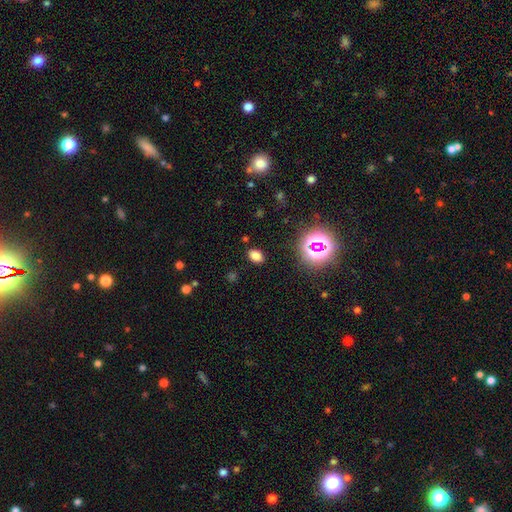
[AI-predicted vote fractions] smooth-or-featured: smooth: 74% | star or artifact: 20% | featured or disk: 6%
  how-rounded: in between: 79% | round: 19% | cigar-shaped: 1%
  merging: none: 87% | minor disturbance: 9% | major disturbance: 3% | merger: 2%